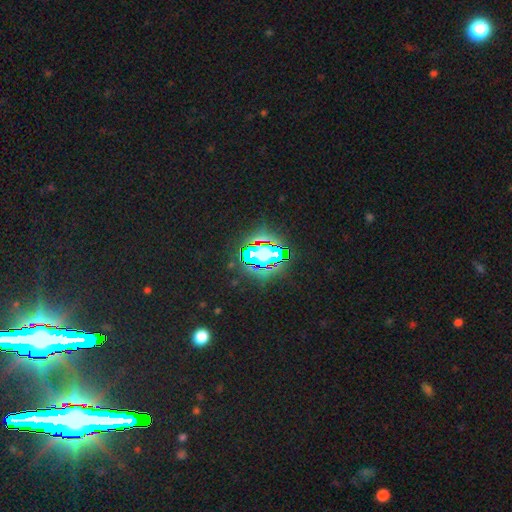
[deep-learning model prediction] A star or artifact, not a galaxy (75%).

Vote fractions:
- Smooth or featured? star or artifact: 75% / smooth: 15% / featured or disk: 10%